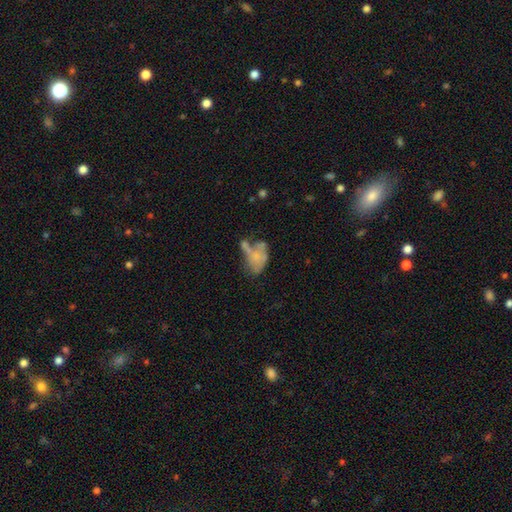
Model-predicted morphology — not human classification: smooth-or-featured: smooth: 49% | featured or disk: 40% | star or artifact: 11%
  merging: merger: 29% | major disturbance: 28% | none: 23% | minor disturbance: 20%